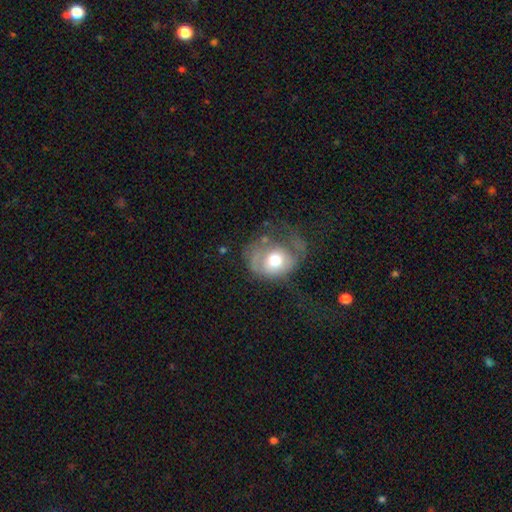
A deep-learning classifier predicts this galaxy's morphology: featured or disk 47%, smooth 42%, star or artifact 11%. Down the decision tree: merging — major disturbance (48%).